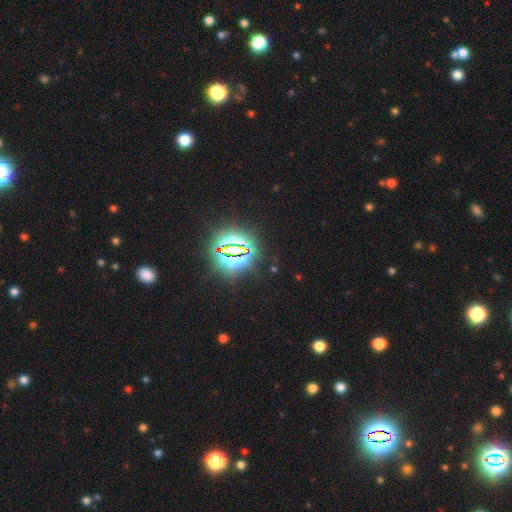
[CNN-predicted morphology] Q: Smooth or featured?
A: star or artifact (82%); runner-up: smooth (12%)